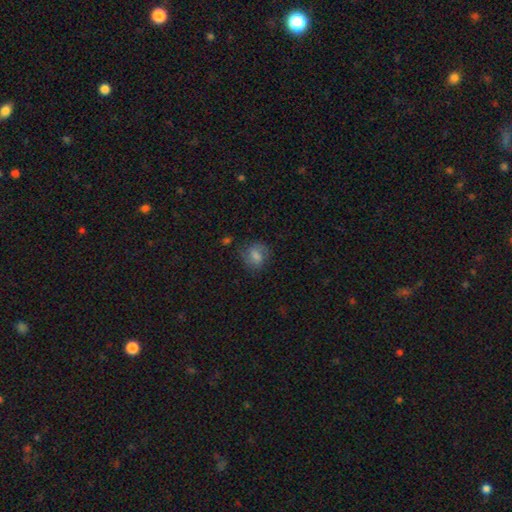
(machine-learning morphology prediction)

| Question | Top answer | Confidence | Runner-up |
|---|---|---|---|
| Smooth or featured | smooth | 56% | featured or disk (33%) |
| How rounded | round | 58% | in between (41%) |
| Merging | none | 66% | minor disturbance (21%) |